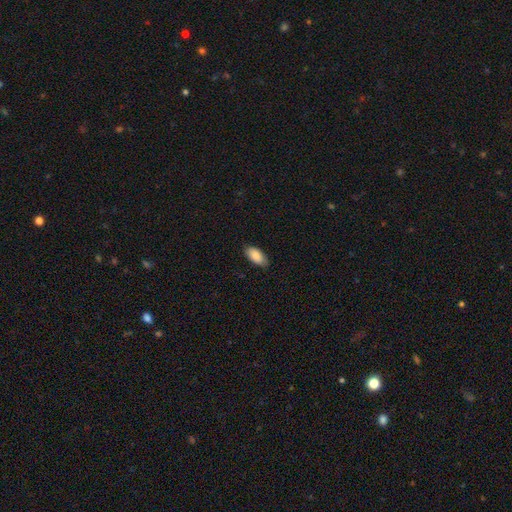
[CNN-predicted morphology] A smooth galaxy with no disk features (87%) that is in between round and cigar-shaped (93%).

Vote fractions:
- Smooth or featured? smooth: 87% / featured or disk: 7% / star or artifact: 6%
- How rounded? in between: 93% / cigar-shaped: 5% / round: 2%
- Merging? none: 83% / minor disturbance: 14% / major disturbance: 2% / merger: 1%